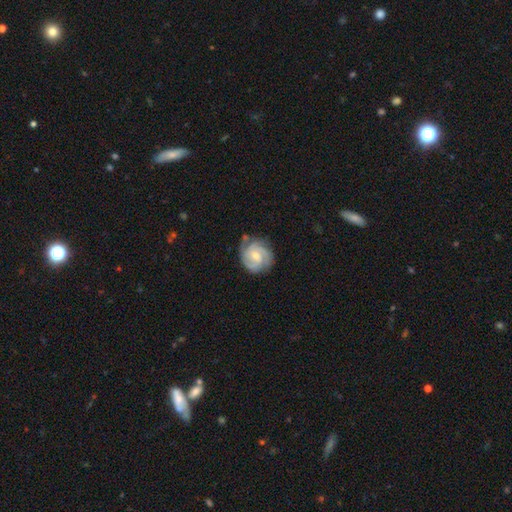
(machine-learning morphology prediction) smooth-or-featured: featured or disk: 87% | smooth: 9% | star or artifact: 5%
  disk-edge-on: no: 98% | yes: 2%
    bar: no: 55% | weak: 38% | strong: 7%
    has-spiral-arms: yes: 98% | no: 2%
      spiral-winding: tight: 62% | medium: 33% | loose: 5%
      spiral-arm-count: 3: 52% | 2: 20% | 4: 10% | can't tell: 10% | 1: 4% | more than 4: 4%
    bulge-size: small: 54% | moderate: 42% | none: 2% | large: 1% | dominant: 1%
  merging: none: 74% | minor disturbance: 19% | major disturbance: 5% | merger: 2%